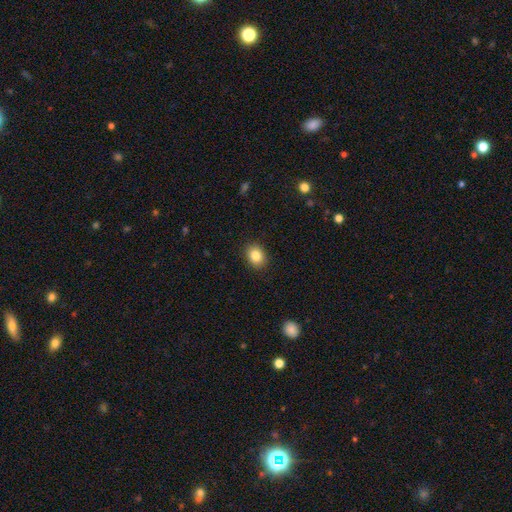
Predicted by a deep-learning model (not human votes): This appears to be a smooth galaxy with no disk features (85%) that is in between round and cigar-shaped (52%). Merging: none (89%).